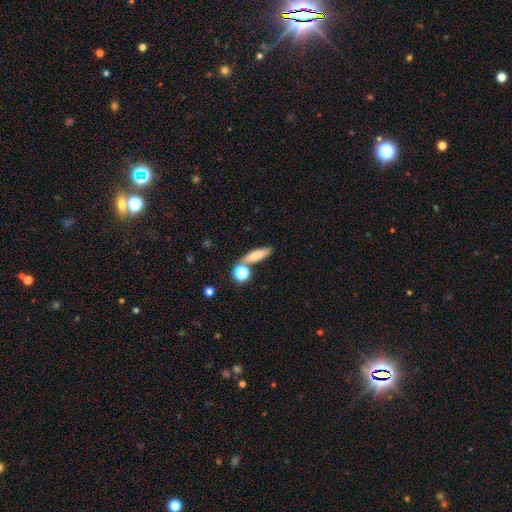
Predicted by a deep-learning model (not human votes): Q: Smooth or featured?
A: smooth (76%); runner-up: featured or disk (14%)
Q: How rounded?
A: cigar-shaped (51%); runner-up: in between (40%)
Q: Merging?
A: none (67%); runner-up: merger (16%)